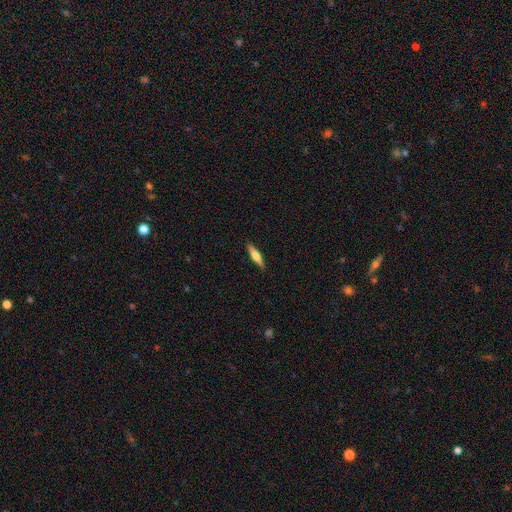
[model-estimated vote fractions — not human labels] The model was most divided on "smooth or featured" (2-way tie): featured or disk: 47%, smooth: 47%, star or artifact: 6%. More confident: merging — none (89%).